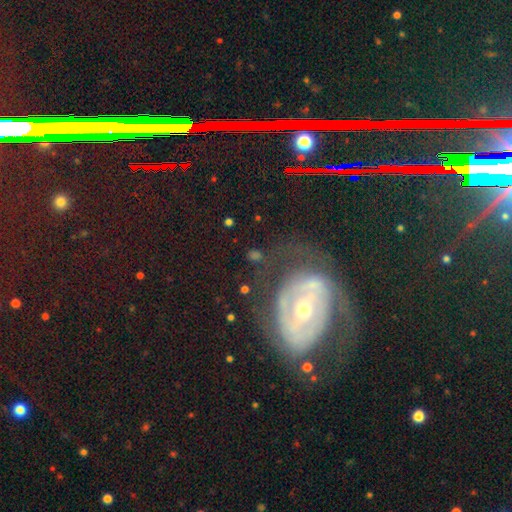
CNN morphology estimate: This is likely a featured or disk galaxy (68%). It is clearly not viewed edge-on (94%). Bar: marginally no (42%). Spiral arm pattern: likely yes (69%). Central bulge: possibly small (56%). Merging: possibly none (56%).